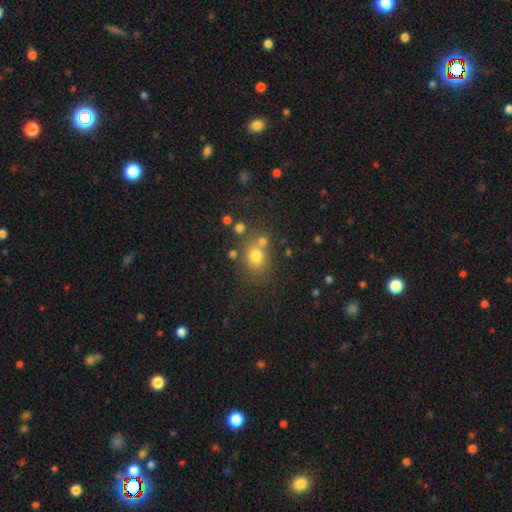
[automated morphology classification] type=smooth (74%); roundness=round (63%); merging=none (64%).